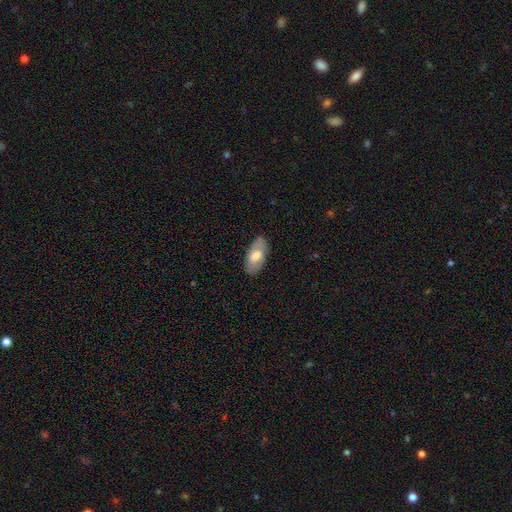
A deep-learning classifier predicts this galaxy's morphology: Smooth or featured?
  - smooth: 61% *
  - featured or disk: 33%
  - star or artifact: 6%
How rounded?
  - in between: 93% *
  - cigar-shaped: 3%
  - round: 3%
Merging?
  - none: 81% *
  - minor disturbance: 14%
  - major disturbance: 3%
  - merger: 1%